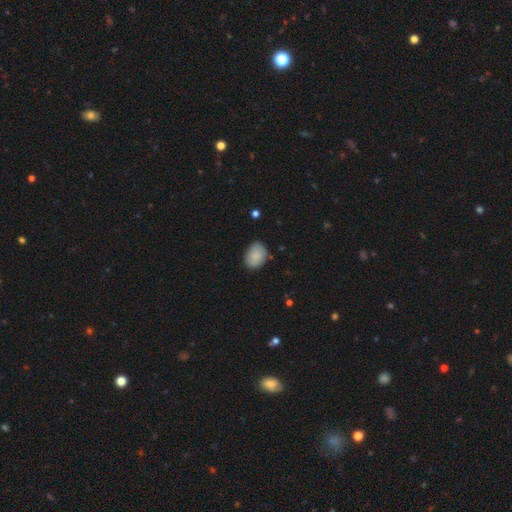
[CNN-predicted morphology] Smooth or featured?
  - smooth: 86% *
  - featured or disk: 7%
  - star or artifact: 7%
How rounded?
  - in between: 73% *
  - round: 26%
  - cigar-shaped: 1%
Merging?
  - none: 77% *
  - minor disturbance: 19%
  - major disturbance: 3%
  - merger: 1%